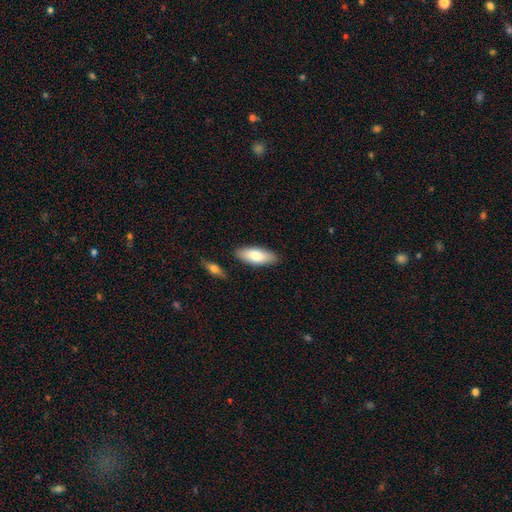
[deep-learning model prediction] A smooth galaxy with no disk features (80%) that is in between round and cigar-shaped (78%). Merging: none (86%).